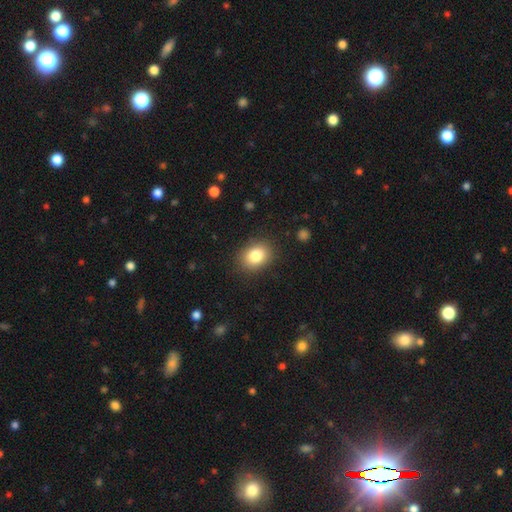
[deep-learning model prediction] Smooth or featured? Predicted: smooth (p=0.83). How rounded? Predicted: in between (p=0.57). Merging? Predicted: none (p=0.87).